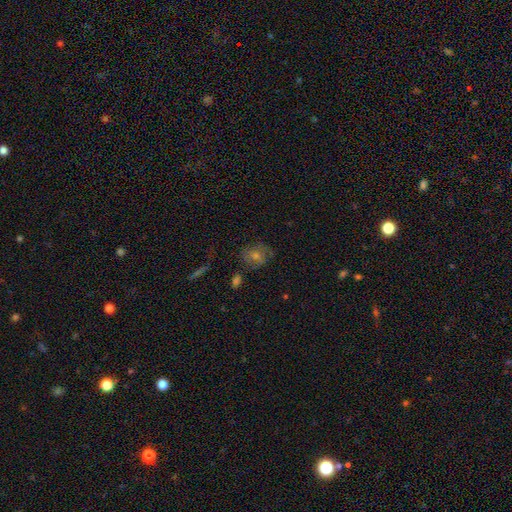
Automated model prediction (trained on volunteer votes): This appears to be a featured or disk galaxy (42%). Merging: none (74%).